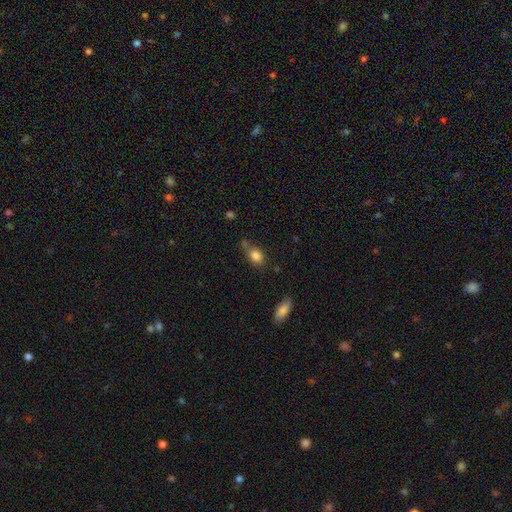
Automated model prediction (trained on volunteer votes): Q: Smooth or featured?
A: smooth (83%); runner-up: star or artifact (10%)
Q: How rounded?
A: in between (67%); runner-up: round (30%)
Q: Merging?
A: none (55%); runner-up: minor disturbance (23%)